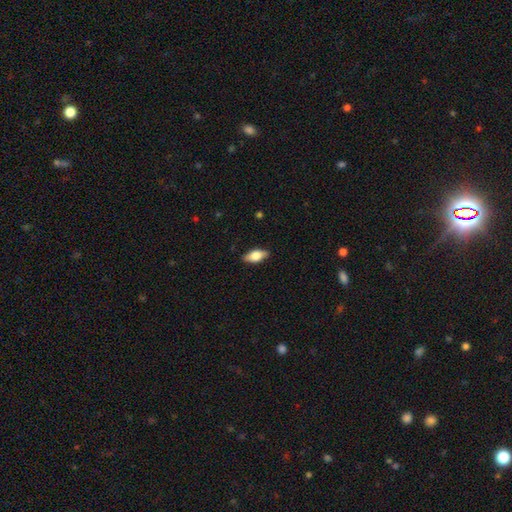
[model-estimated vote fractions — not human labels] smooth_or_featured: smooth (p=0.65) [alt: featured or disk p=0.29]
how_rounded: in between (p=0.82) [alt: cigar-shaped p=0.14]
merging: none (p=0.87) [alt: minor disturbance p=0.10]